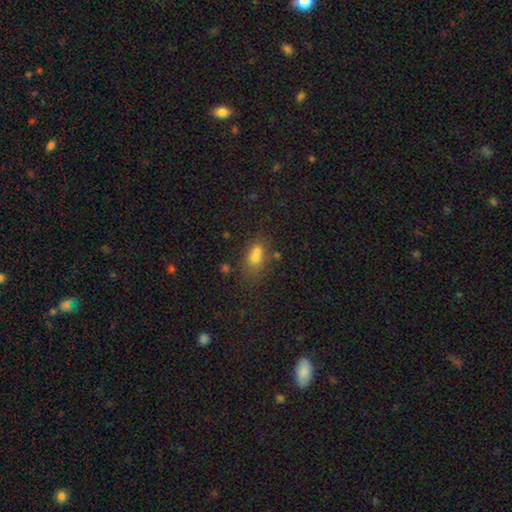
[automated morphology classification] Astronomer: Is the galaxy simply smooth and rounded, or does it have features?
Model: smooth — 67%.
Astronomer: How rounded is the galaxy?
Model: in between — 72%.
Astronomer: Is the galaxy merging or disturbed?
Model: none — 42% (runner-up: merger, 32%).